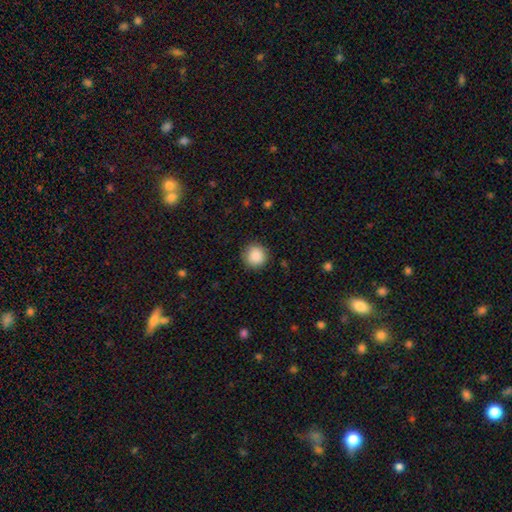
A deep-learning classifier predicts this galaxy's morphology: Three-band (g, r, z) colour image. It shows a smooth galaxy with no disk features (88%) that is round (94%). Merging: none (89%).